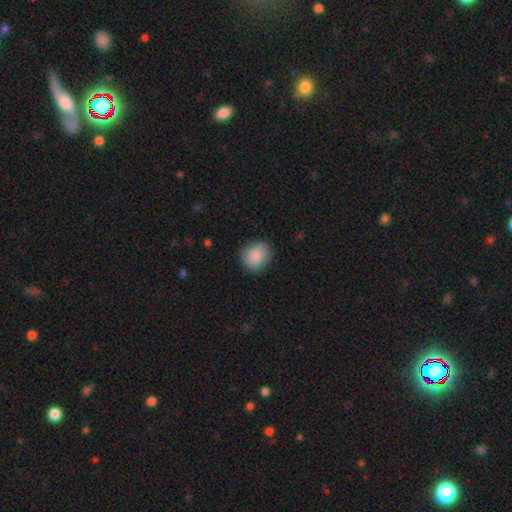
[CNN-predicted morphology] A smooth galaxy with no disk features (89%) that is round (71%).

Vote fractions:
- Smooth or featured? smooth: 89% / star or artifact: 7% / featured or disk: 4%
- How rounded? round: 71% / in between: 28% / cigar-shaped: 1%
- Merging? none: 87% / minor disturbance: 10% / major disturbance: 3% / merger: 1%